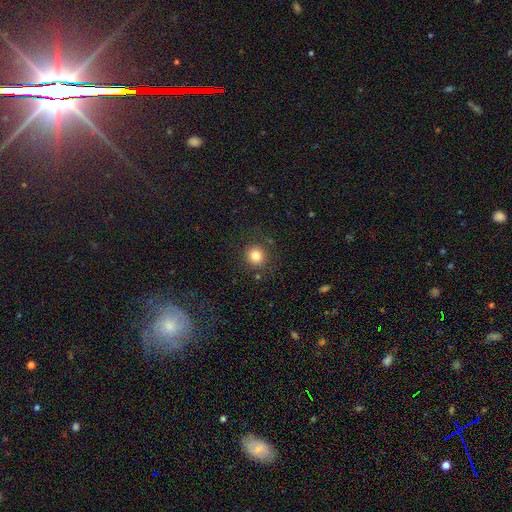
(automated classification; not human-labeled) Smooth or featured? Predicted: smooth (p=0.81). How rounded? Predicted: round (p=0.91). Merging? Predicted: none (p=0.87).